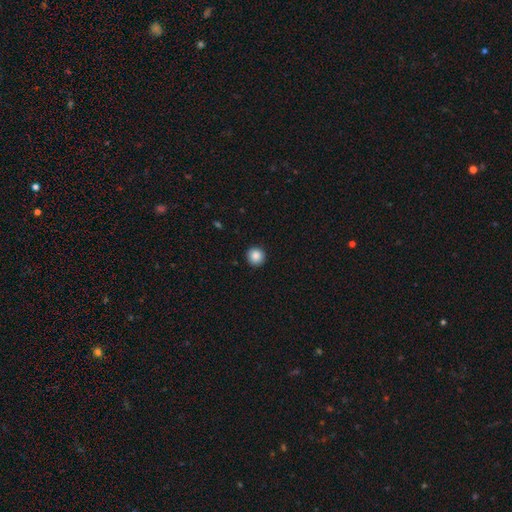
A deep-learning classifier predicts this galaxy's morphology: A smooth galaxy with no disk features (88%) that is round (95%). Merging: none (92%).